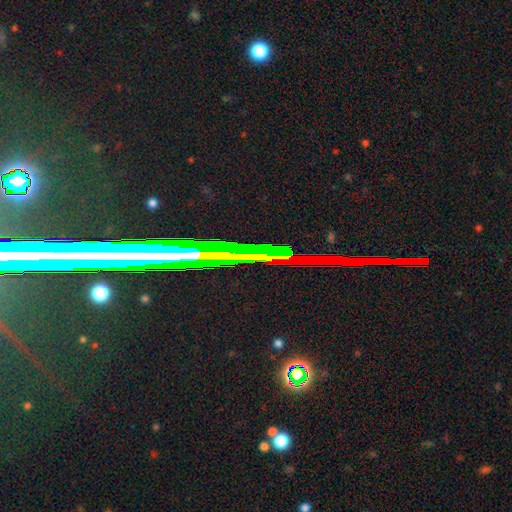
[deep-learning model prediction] Morphology: type=star or artifact (65%).